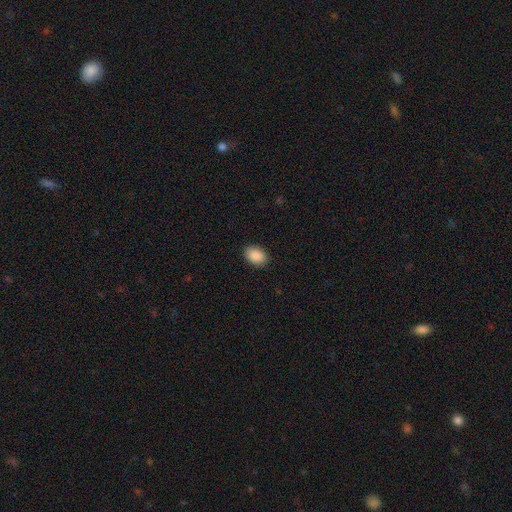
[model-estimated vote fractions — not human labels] Overall: smooth (90%). How rounded: in between (85%). Merging: none (89%).